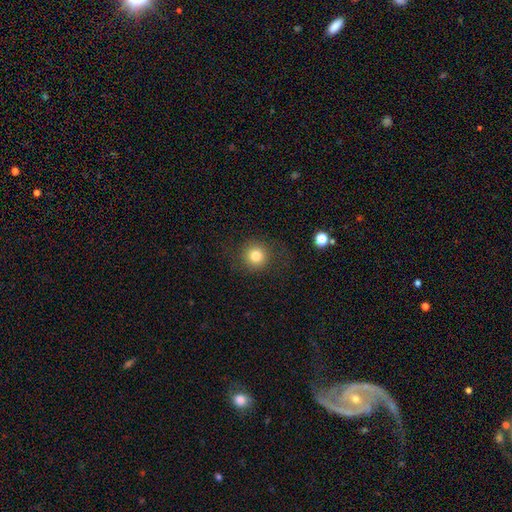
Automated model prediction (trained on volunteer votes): The model was most divided on "smooth or featured": smooth: 80%, star or artifact: 12%, featured or disk: 9%. More confident: how rounded — round (93%); merging — none (84%).